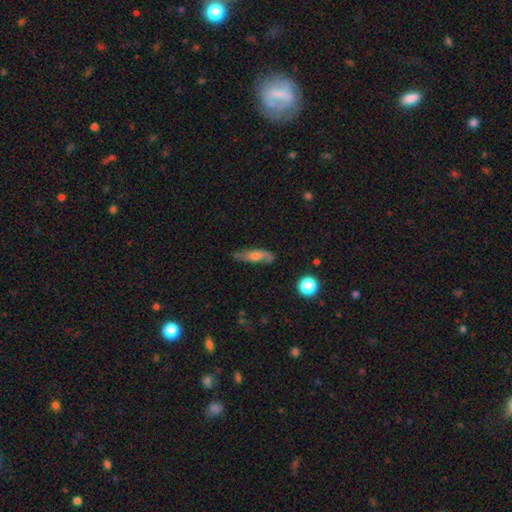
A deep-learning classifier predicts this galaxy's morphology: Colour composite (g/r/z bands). It shows a featured or disk galaxy (48%). Merging: none (64%).